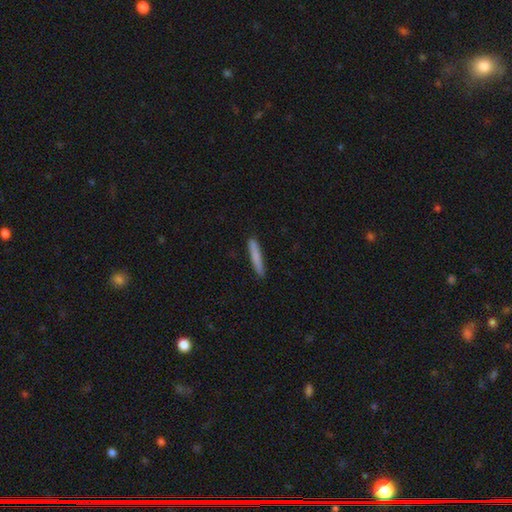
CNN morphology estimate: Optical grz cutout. It shows a smooth galaxy with no disk features (78%) that is cigar-shaped (95%). Merging: none (89%).